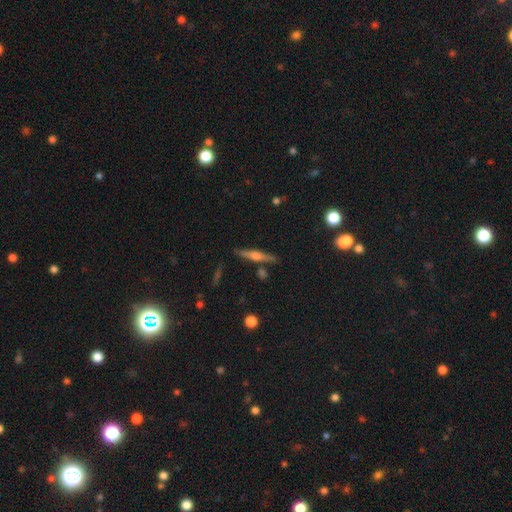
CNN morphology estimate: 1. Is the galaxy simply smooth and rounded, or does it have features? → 67% featured or disk, 25% smooth, 7% star or artifact.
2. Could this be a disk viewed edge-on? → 97% yes, 3% no.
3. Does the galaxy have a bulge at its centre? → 83% rounded, 11% boxy, 7% none.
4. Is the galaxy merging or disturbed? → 86% none, 8% minor disturbance, 3% merger, 2% major disturbance.